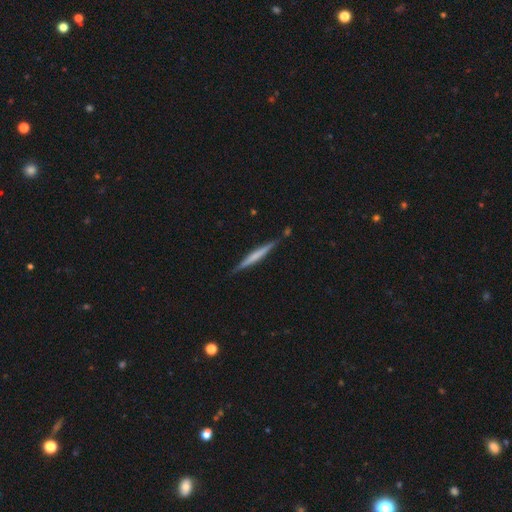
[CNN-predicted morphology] Overall: featured or disk (50%; smooth 45%). Merging: none (86%).